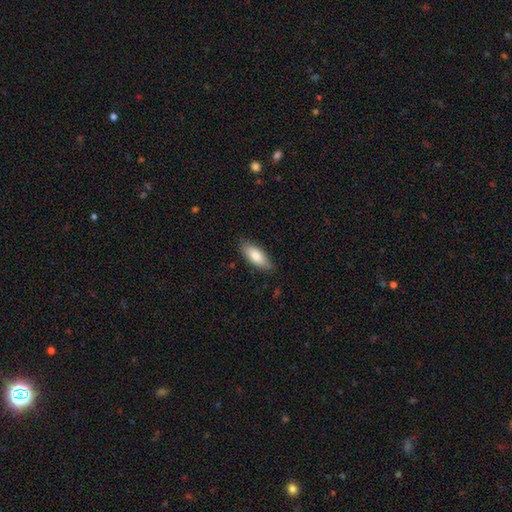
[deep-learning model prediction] Overall: smooth (80%). How rounded: in between (74%). Merging: none (84%).